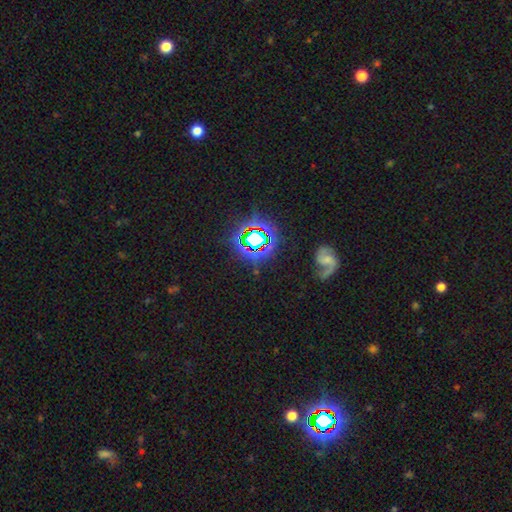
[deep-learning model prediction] The model was most divided on "smooth or featured": star or artifact: 68%, smooth: 22%, featured or disk: 10%.